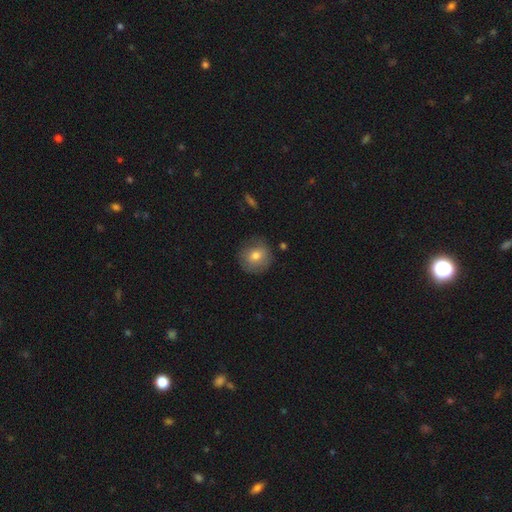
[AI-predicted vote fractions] This is likely a smooth galaxy (73%). How rounded: clearly round (91%). Merging: likely none (80%).